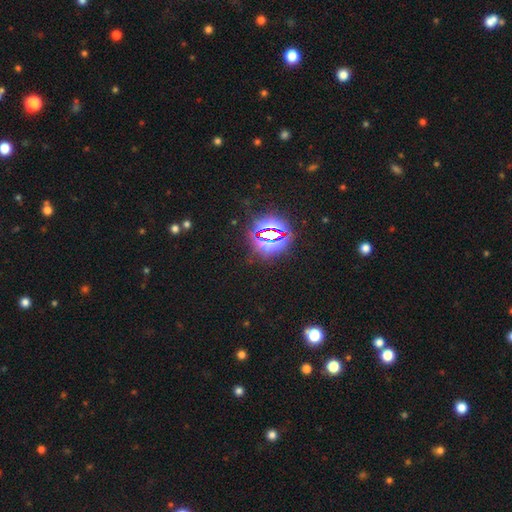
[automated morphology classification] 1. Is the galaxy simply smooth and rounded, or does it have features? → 83% star or artifact, 11% smooth, 6% featured or disk.